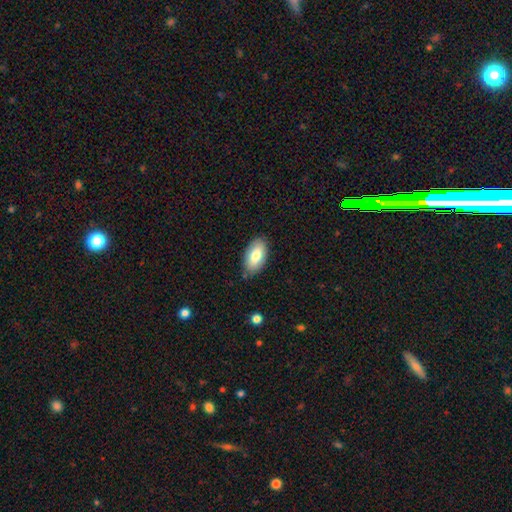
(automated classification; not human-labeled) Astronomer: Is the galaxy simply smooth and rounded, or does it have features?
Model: smooth — 78%.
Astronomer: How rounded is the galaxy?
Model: in between — 94%.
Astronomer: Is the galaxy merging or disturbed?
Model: none — 83%.